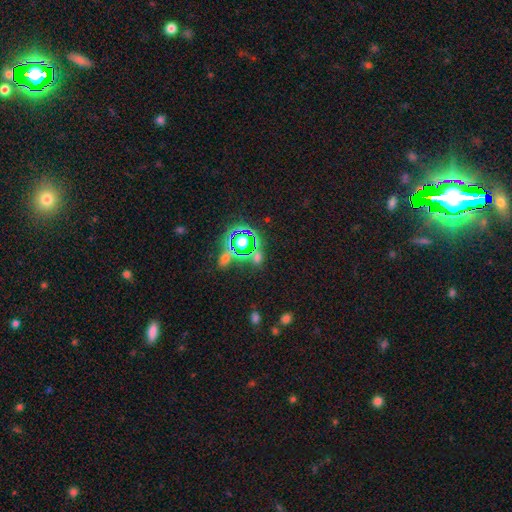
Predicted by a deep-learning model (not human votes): This is likely a star or artifact rather than a galaxy (71%).